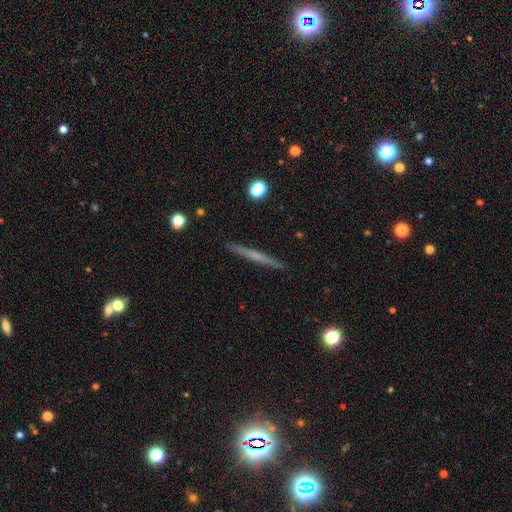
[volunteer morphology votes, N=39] Smooth or featured? 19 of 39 (49%) said smooth. How rounded? 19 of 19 (100%) said cigar-shaped. Merging? 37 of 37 (100%) said none.